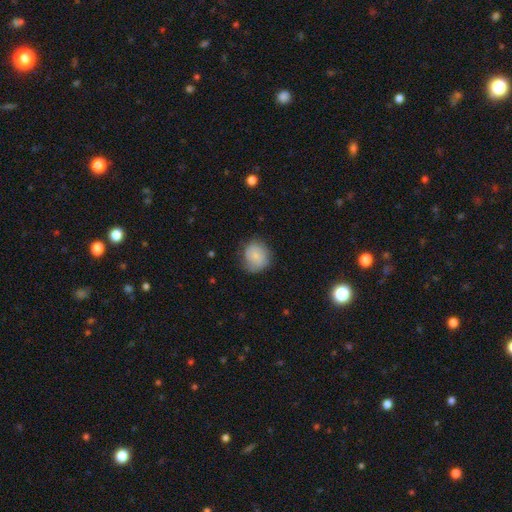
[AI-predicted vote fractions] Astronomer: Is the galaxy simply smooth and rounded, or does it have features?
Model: smooth — 77%.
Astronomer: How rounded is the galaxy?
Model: round — 79%.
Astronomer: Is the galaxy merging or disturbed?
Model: none — 72%.